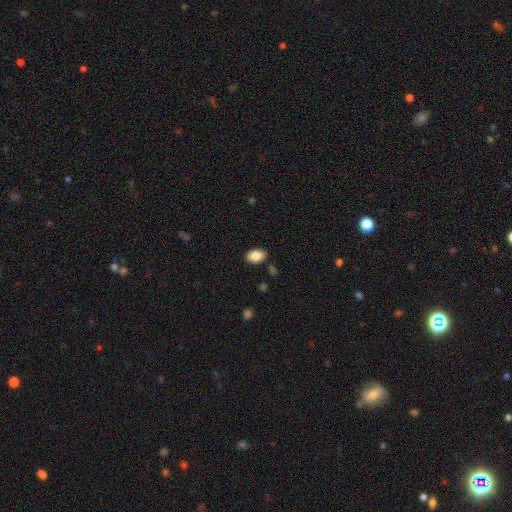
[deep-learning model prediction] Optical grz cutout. It shows a smooth galaxy with no disk features (87%) that is in between round and cigar-shaped (88%). Merging: none (85%).